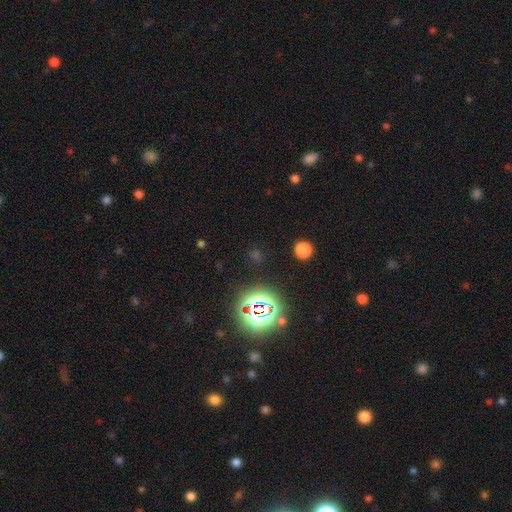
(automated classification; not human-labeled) star or artifact 67%, smooth 25%, featured or disk 7%.